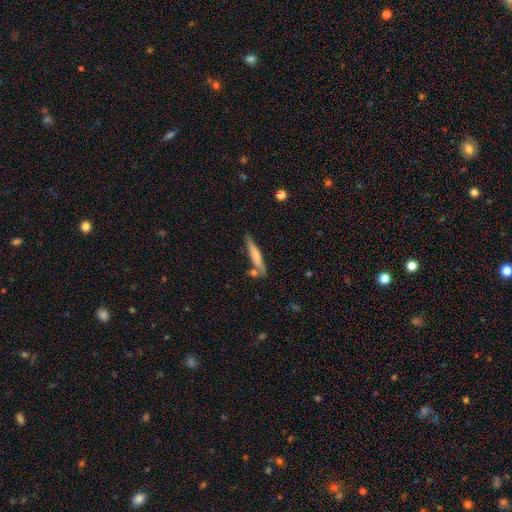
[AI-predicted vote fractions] smooth-or-featured: smooth: 65% | featured or disk: 29% | star or artifact: 6%
  how-rounded: cigar-shaped: 90% | in between: 8% | round: 1%
  merging: none: 71% | minor disturbance: 15% | merger: 11% | major disturbance: 3%